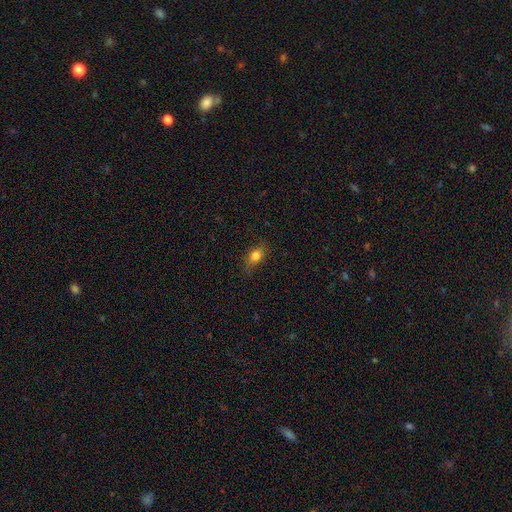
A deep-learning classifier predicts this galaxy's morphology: smooth-or-featured: smooth: 77% | featured or disk: 12% | star or artifact: 11%
  how-rounded: in between: 70% | round: 24% | cigar-shaped: 6%
  merging: none: 72% | minor disturbance: 21% | major disturbance: 6% | merger: 1%